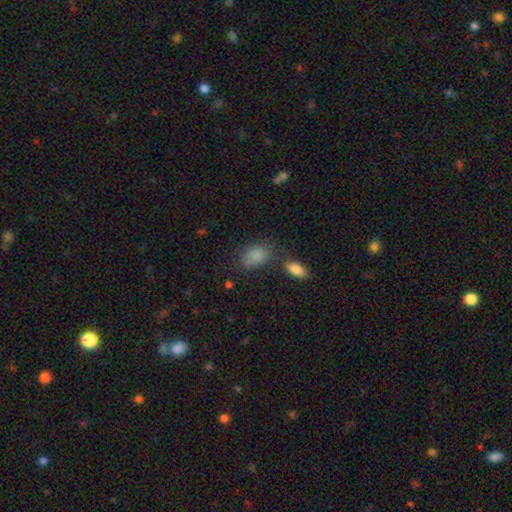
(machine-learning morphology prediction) Smooth or featured? smooth (85%)
How rounded? in between (87%)
Merging? none (63%)